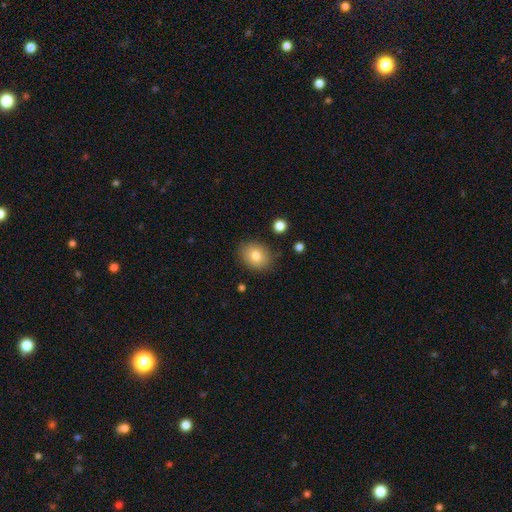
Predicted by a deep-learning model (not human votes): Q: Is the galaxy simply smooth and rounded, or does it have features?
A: smooth — 81%.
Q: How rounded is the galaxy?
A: round — 52%.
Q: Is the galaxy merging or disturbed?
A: none — 83%.